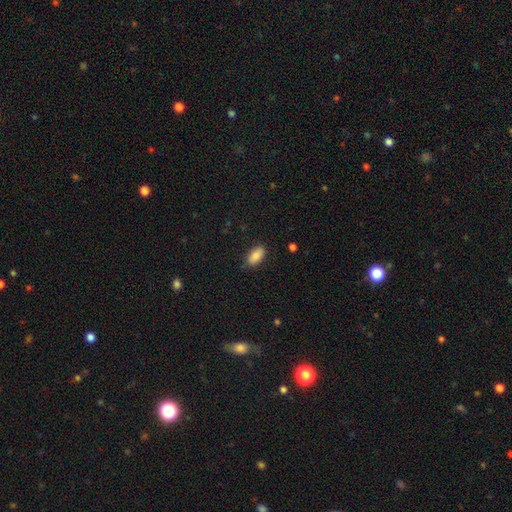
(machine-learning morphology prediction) The model was most divided on "merging": none: 83%, minor disturbance: 14%, major disturbance: 3%, merger: 1%. More confident: how rounded — in between (92%); smooth or featured — smooth (85%).